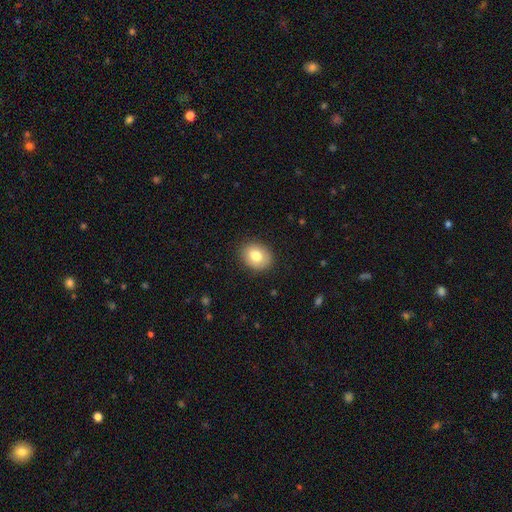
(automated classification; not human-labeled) A smooth galaxy with no disk features (80%) that is round (52%).

Vote fractions:
- Smooth or featured? smooth: 80% / featured or disk: 12% / star or artifact: 8%
- How rounded? round: 52% / in between: 47% / cigar-shaped: 1%
- Merging? none: 88% / minor disturbance: 9% / major disturbance: 2% / merger: 1%